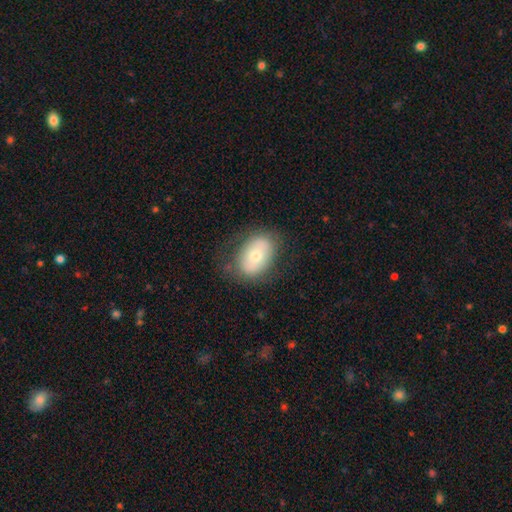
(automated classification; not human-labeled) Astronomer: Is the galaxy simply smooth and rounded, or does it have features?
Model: smooth — 61%.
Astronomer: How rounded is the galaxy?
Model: in between — 79%.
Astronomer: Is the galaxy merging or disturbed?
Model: none — 73%.